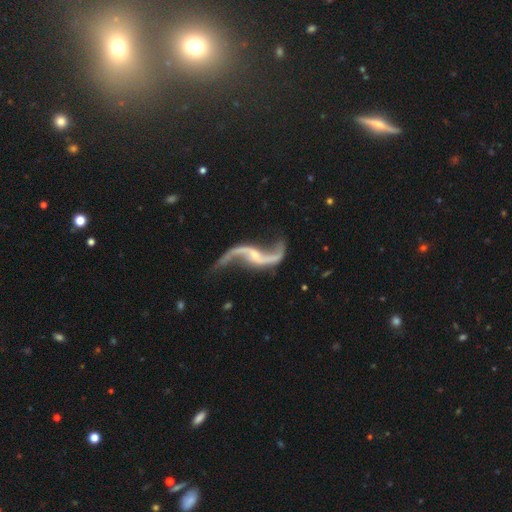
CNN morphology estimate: featured or disk 93%, star or artifact 4%, smooth 3%. Down the decision tree: edge-on disk — no (96%); bar — no (43%); spiral arms — yes (97%); spiral arm count — 2 (94%); spiral winding — loose (94%); bulge size — small (68%); merging — none (68%).